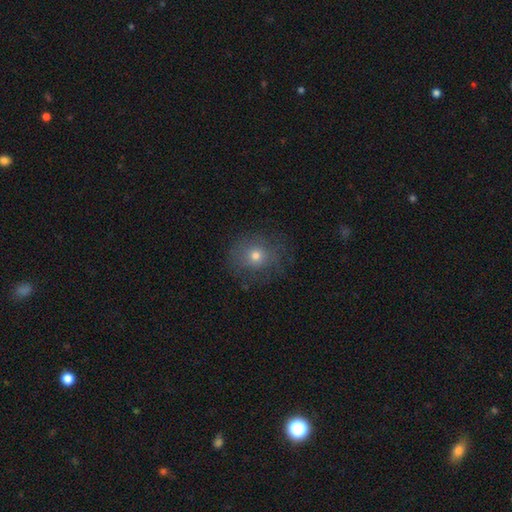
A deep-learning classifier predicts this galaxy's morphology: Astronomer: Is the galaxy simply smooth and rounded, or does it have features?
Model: smooth — 64%.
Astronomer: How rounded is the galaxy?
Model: round — 81%.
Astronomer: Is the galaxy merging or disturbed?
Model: none — 75%.